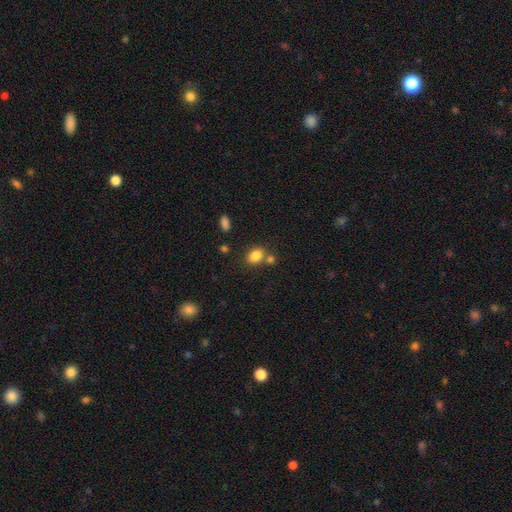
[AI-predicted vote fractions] smooth-or-featured: smooth: 83% | star or artifact: 10% | featured or disk: 7%
  how-rounded: in between: 70% | round: 28% | cigar-shaped: 1%
  merging: none: 61% | merger: 23% | minor disturbance: 12% | major disturbance: 4%